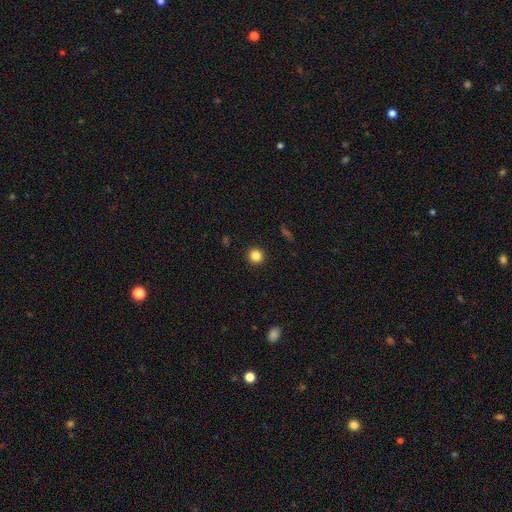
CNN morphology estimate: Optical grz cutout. It shows a smooth galaxy with no disk features (84%) that is round (93%). Merging: none (93%).